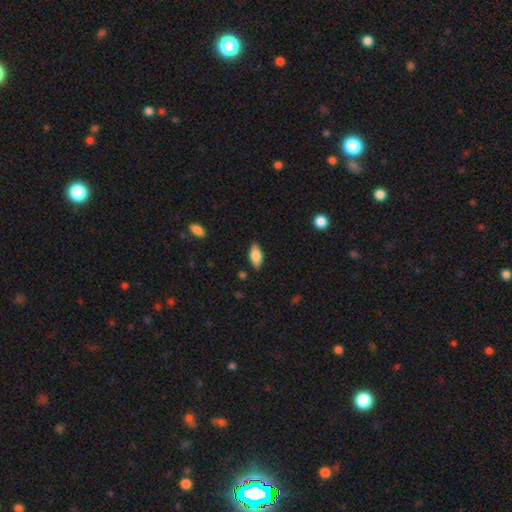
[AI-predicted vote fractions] Q: Smooth or featured?
A: smooth (78%); runner-up: featured or disk (15%)
Q: How rounded?
A: in between (87%); runner-up: cigar-shaped (10%)
Q: Merging?
A: none (85%); runner-up: minor disturbance (11%)